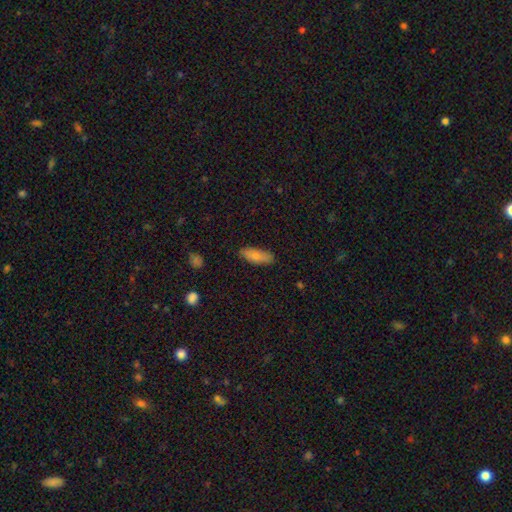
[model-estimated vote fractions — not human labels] smooth 81%, featured or disk 12%, star or artifact 6%. Down the decision tree: how rounded — in between (75%); merging — none (81%).